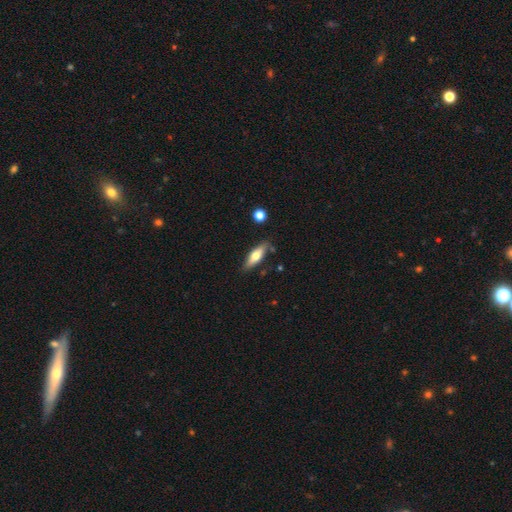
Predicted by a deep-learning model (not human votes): Smooth or featured: smooth — 61% (featured or disk — 33%)
How rounded: in between — 49% (tied with cigar-shaped — 49%)
Merging: none — 78% (minor disturbance — 15%)